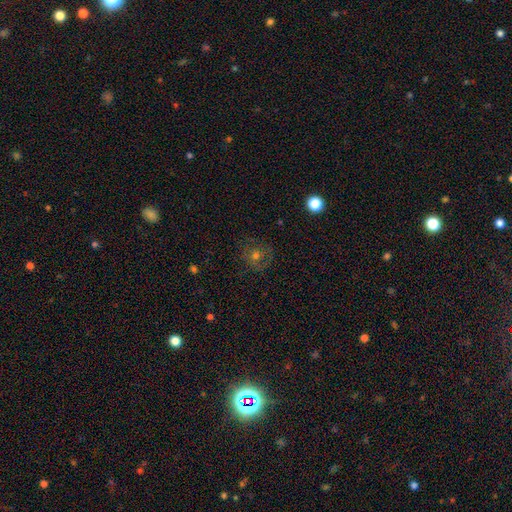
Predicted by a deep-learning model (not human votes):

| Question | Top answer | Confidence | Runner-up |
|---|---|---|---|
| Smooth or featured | smooth | 45% | featured or disk (34%) |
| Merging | none | 80% | minor disturbance (12%) |